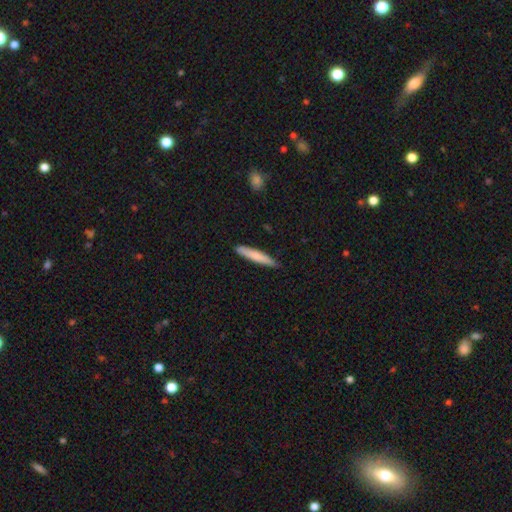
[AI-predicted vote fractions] Smooth or featured?
  - smooth: 76% *
  - featured or disk: 19%
  - star or artifact: 5%
How rounded?
  - cigar-shaped: 93% *
  - in between: 6%
  - round: 1%
Merging?
  - none: 88% *
  - minor disturbance: 10%
  - major disturbance: 2%
  - merger: 1%